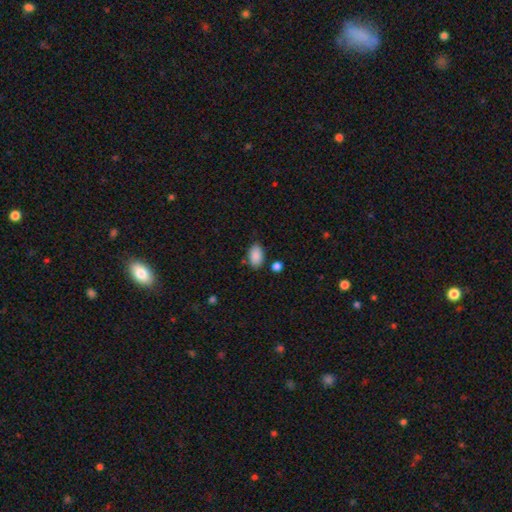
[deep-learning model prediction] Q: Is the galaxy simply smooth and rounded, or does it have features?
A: smooth — 89%.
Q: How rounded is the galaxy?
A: in between — 92%.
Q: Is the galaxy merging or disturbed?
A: none — 77%.